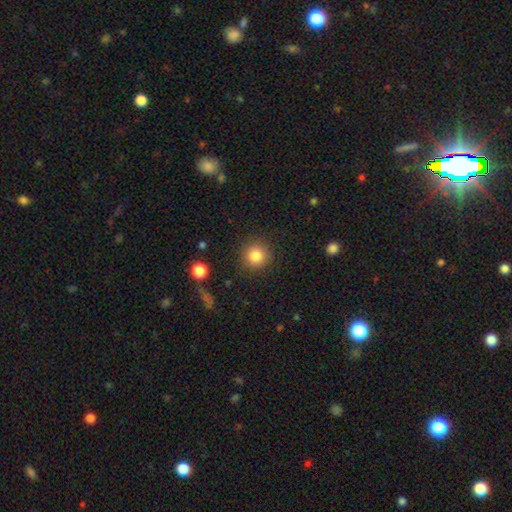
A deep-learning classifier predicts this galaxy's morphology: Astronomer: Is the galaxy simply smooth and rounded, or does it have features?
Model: smooth — 84%.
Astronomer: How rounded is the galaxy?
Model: round — 93%.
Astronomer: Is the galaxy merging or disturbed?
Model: none — 87%.